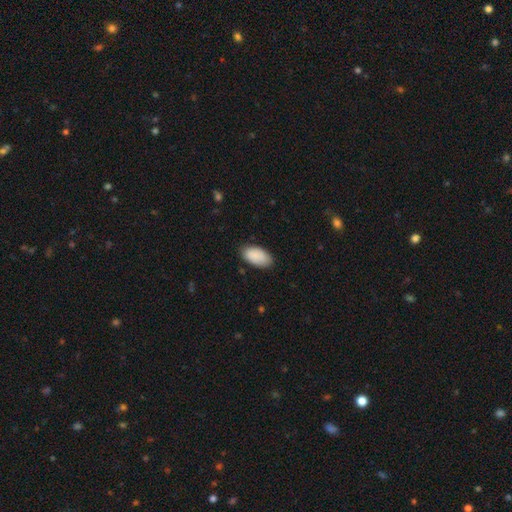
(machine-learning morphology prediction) Smooth or featured: smooth — 90% (star or artifact — 6%)
How rounded: in between — 95% (round — 3%)
Merging: none — 82% (minor disturbance — 14%)